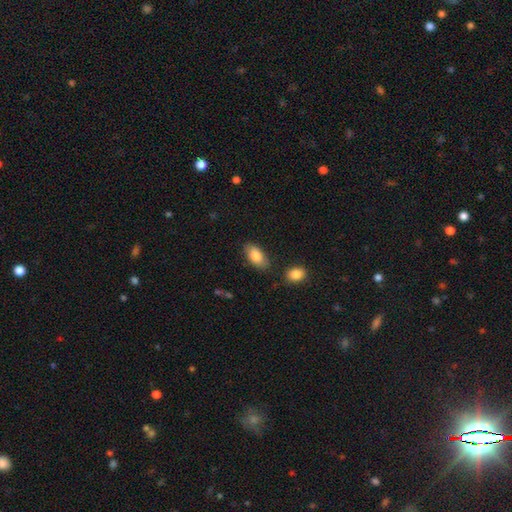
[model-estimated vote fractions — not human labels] Smooth or featured?
  - smooth: 84% *
  - featured or disk: 9%
  - star or artifact: 6%
How rounded?
  - in between: 92% *
  - cigar-shaped: 5%
  - round: 3%
Merging?
  - none: 80% *
  - minor disturbance: 13%
  - merger: 4%
  - major disturbance: 3%